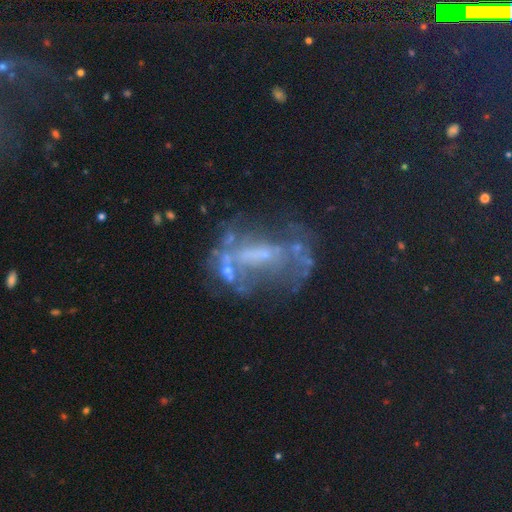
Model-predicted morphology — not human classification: The model was most divided on "merging": none: 42%, major disturbance: 29%, minor disturbance: 19%, merger: 9%. More confident: edge-on disk — no (91%); smooth or featured — featured or disk (52%).